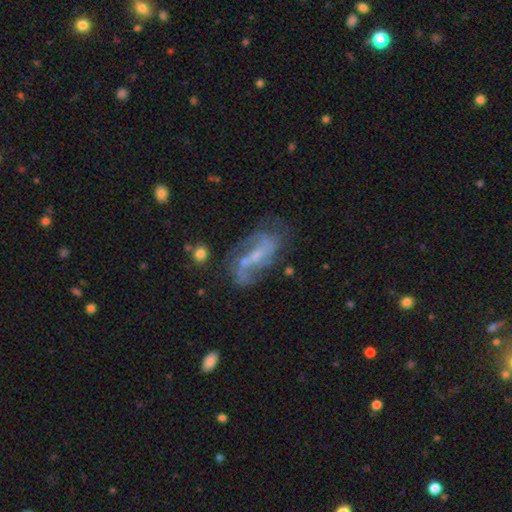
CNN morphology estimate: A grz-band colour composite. It shows a featured or disk galaxy (78%) with a weak bar (44%), 2 (71%) loose (43%) spiral arms (87%) and a small central bulge (60%). Merging: none (57%).